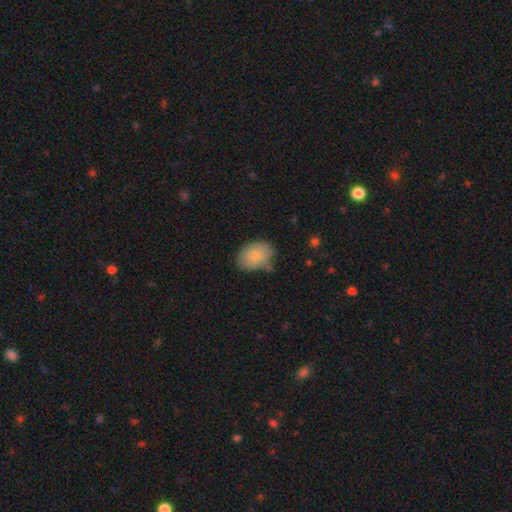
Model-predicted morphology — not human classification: Smooth or featured?
  - smooth: 83% *
  - featured or disk: 10%
  - star or artifact: 7%
How rounded?
  - in between: 76% *
  - round: 23%
  - cigar-shaped: 1%
Merging?
  - none: 65% *
  - minor disturbance: 24%
  - merger: 6%
  - major disturbance: 5%